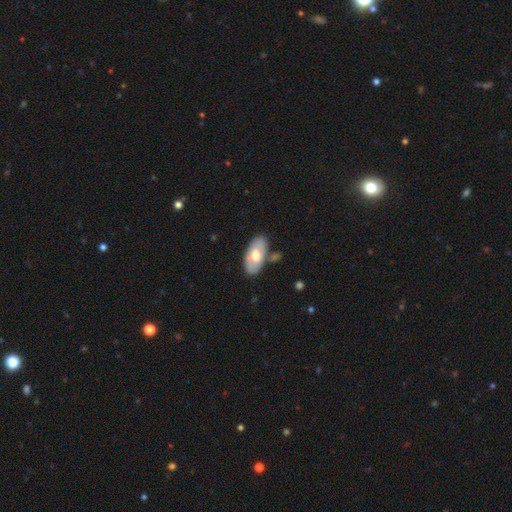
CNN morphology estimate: This appears to be a smooth galaxy with no disk features (53%) that is in between round and cigar-shaped (93%). Merging: none (75%).